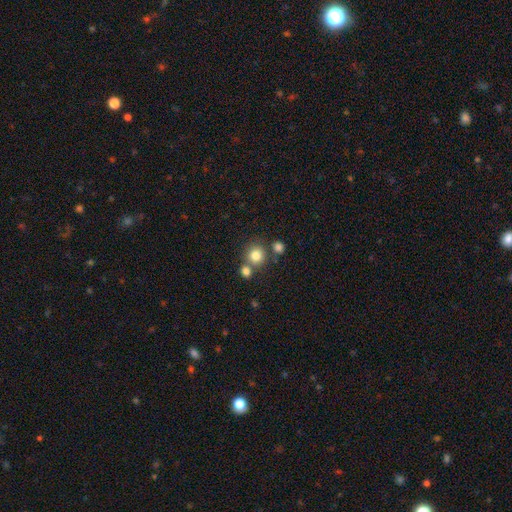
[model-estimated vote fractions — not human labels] Smooth or featured?
  - smooth: 80% *
  - star or artifact: 12%
  - featured or disk: 8%
How rounded?
  - round: 90% *
  - in between: 9%
  - cigar-shaped: 1%
Merging?
  - none: 65% *
  - merger: 24%
  - minor disturbance: 8%
  - major disturbance: 3%